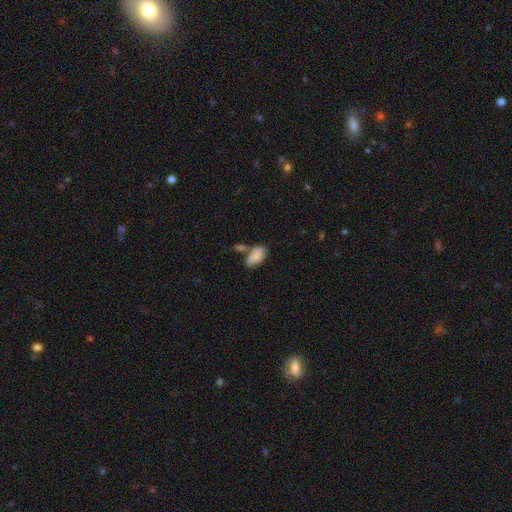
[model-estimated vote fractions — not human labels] Smooth or featured?
  - smooth: 83% *
  - featured or disk: 10%
  - star or artifact: 8%
How rounded?
  - in between: 93% *
  - round: 4%
  - cigar-shaped: 3%
Merging?
  - none: 39% *
  - merger: 33%
  - minor disturbance: 19%
  - major disturbance: 9%